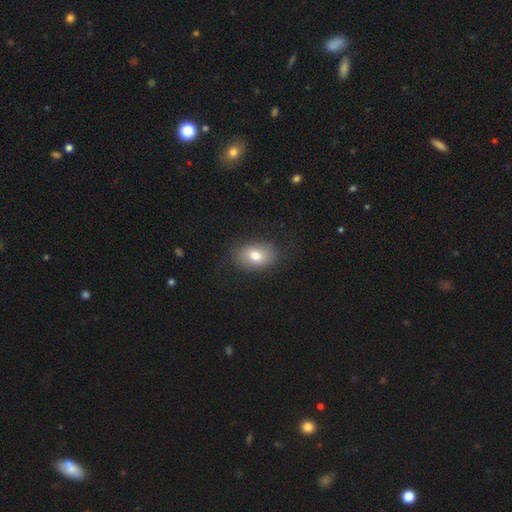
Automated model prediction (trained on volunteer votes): Smooth or featured? smooth (75%)
How rounded? in between (80%)
Merging? none (79%)